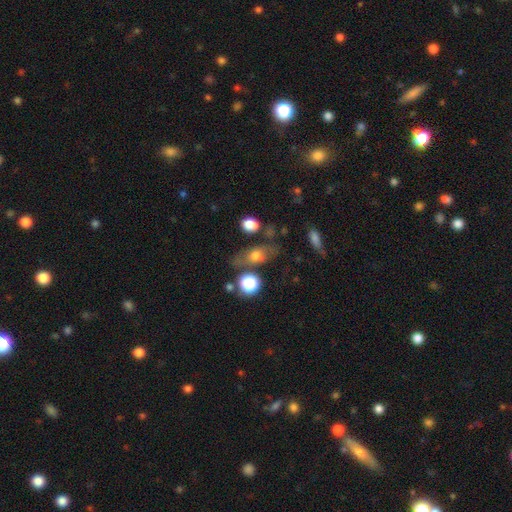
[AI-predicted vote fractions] Q: Smooth or featured?
A: smooth (58%); runner-up: featured or disk (30%)
Q: How rounded?
A: in between (61%); runner-up: round (22%)
Q: Merging?
A: none (67%); runner-up: minor disturbance (17%)